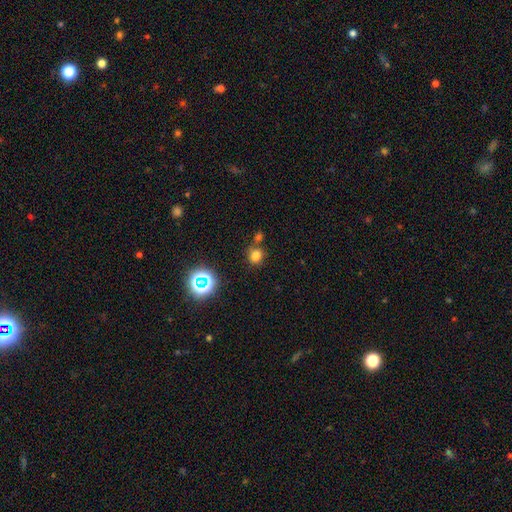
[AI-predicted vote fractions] Overall: smooth (73%). How rounded: round (74%). Merging: none (66%).